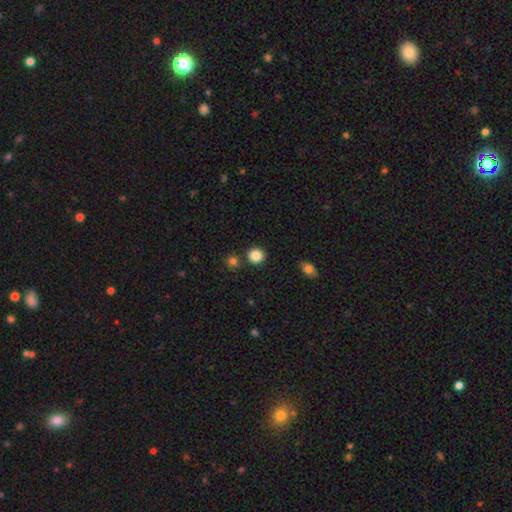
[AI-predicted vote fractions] Morphology: type=smooth (86%); roundness=round (91%); merging=none (85%).